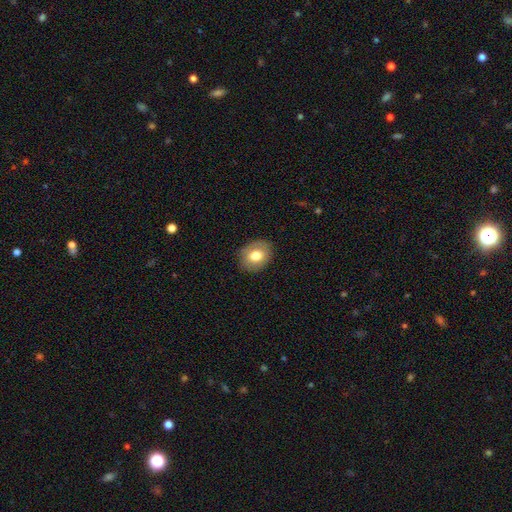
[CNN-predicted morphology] The model was most divided on "how rounded": in between: 56%, round: 43%, cigar-shaped: 1%. More confident: merging — none (85%); smooth or featured — smooth (75%).